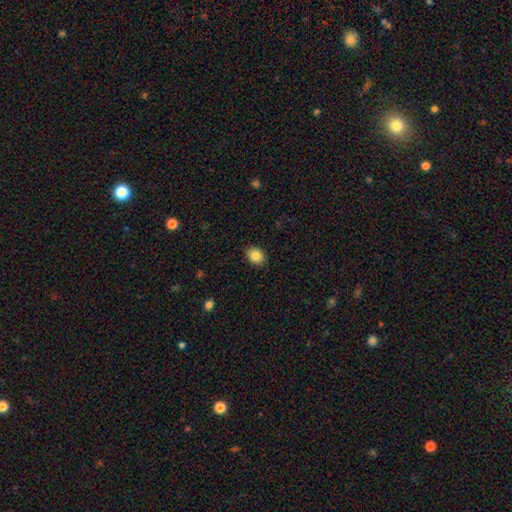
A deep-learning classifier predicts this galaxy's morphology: Smooth or featured? Predicted: smooth (p=0.84). How rounded? Predicted: in between (p=0.54). Merging? Predicted: none (p=0.90).